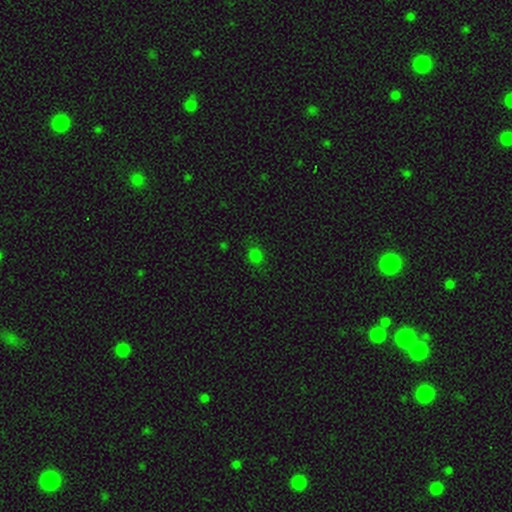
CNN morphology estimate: Smooth or featured? smooth (76%)
How rounded? round (74%)
Merging? none (81%)